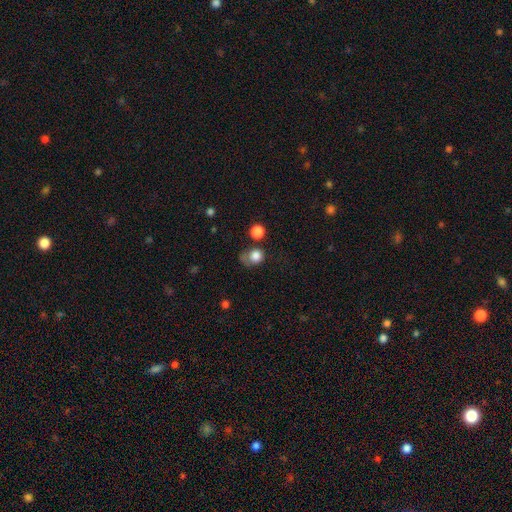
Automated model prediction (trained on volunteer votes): A smooth galaxy with no disk features (81%) that is round (76%).

Vote fractions:
- Smooth or featured? smooth: 81% / star or artifact: 10% / featured or disk: 9%
- How rounded? round: 76% / in between: 23% / cigar-shaped: 1%
- Merging? none: 42% / minor disturbance: 25% / major disturbance: 22% / merger: 11%